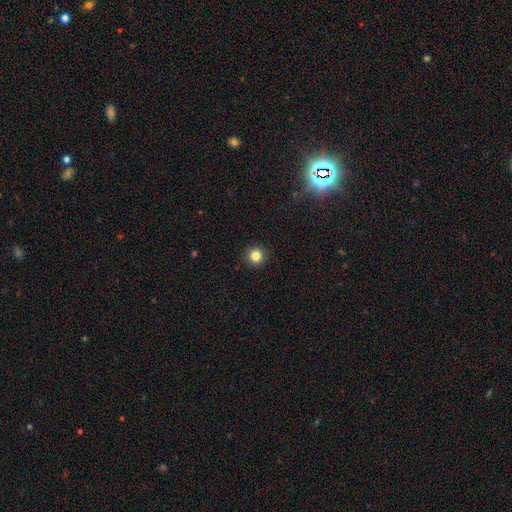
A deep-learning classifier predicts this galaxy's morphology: Smooth or featured? smooth (83%)
How rounded? round (94%)
Merging? none (92%)